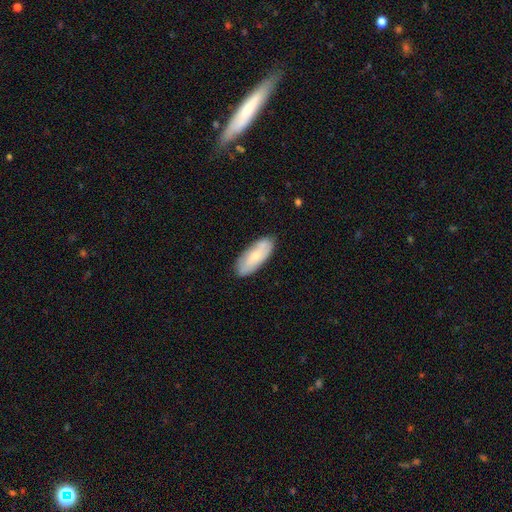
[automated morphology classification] type=smooth (63%); roundness=in between (75%); merging=none (83%).